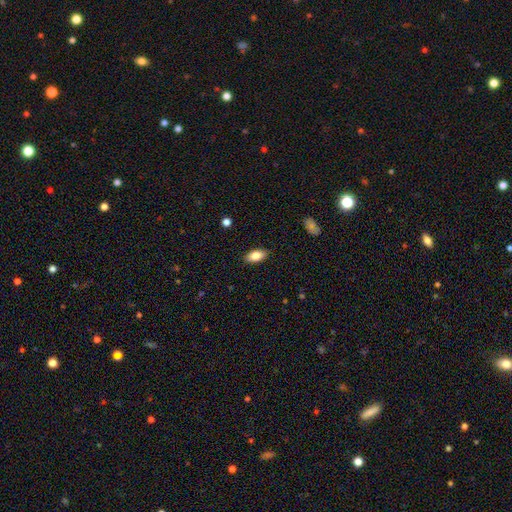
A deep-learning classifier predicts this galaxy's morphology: Smooth or featured?
  - smooth: 83% *
  - featured or disk: 9%
  - star or artifact: 7%
How rounded?
  - in between: 92% *
  - cigar-shaped: 5%
  - round: 3%
Merging?
  - none: 88% *
  - minor disturbance: 9%
  - major disturbance: 2%
  - merger: 1%